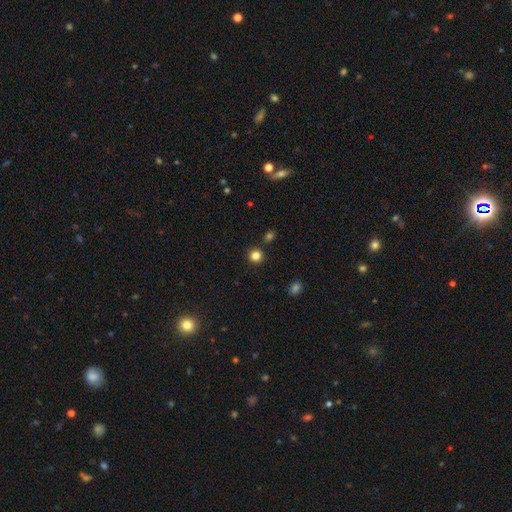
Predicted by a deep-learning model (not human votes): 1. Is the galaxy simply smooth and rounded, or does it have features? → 82% smooth, 14% star or artifact, 4% featured or disk.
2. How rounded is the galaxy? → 94% round, 5% in between, 1% cigar-shaped.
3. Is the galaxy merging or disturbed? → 90% none, 5% minor disturbance, 3% merger, 2% major disturbance.